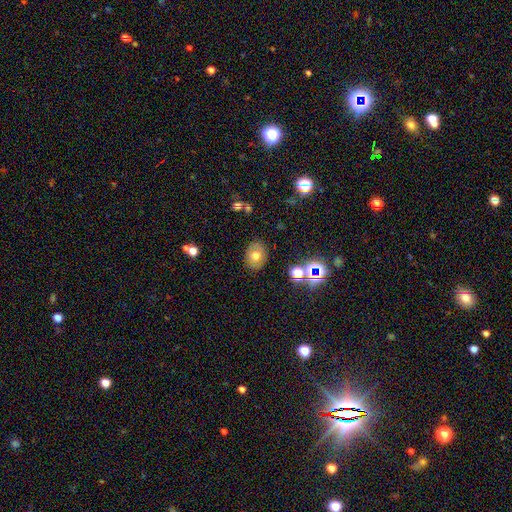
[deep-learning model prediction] The model was most divided on "how rounded": round: 50%, in between: 49%, cigar-shaped: 1%. More confident: merging — none (84%); smooth or featured — smooth (63%).